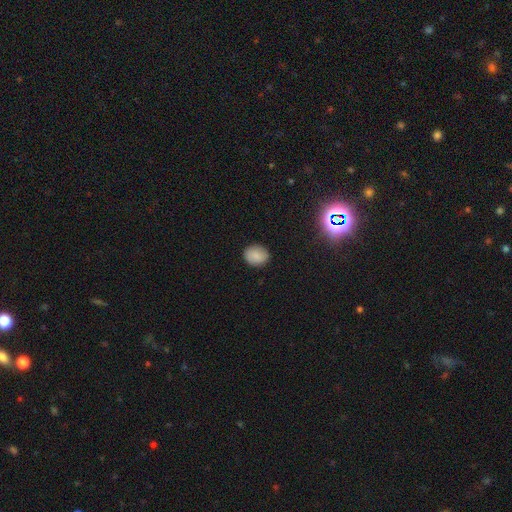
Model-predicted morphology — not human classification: A smooth galaxy with no disk features (84%) that is round (58%). Merging: none (88%).